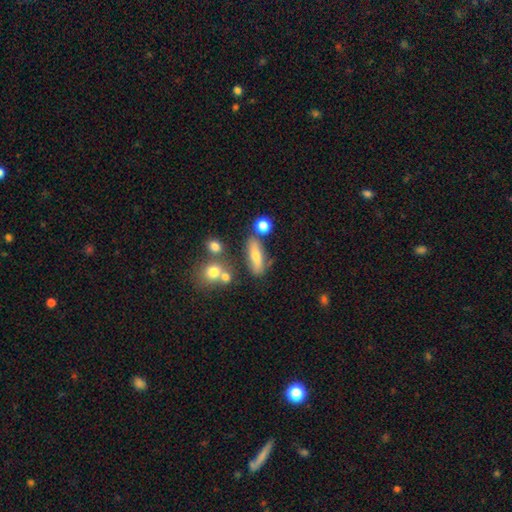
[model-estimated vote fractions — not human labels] Overall: smooth (60%; featured or disk 29%). How rounded: cigar-shaped (46%, tied with in between). Merging: none (70%).